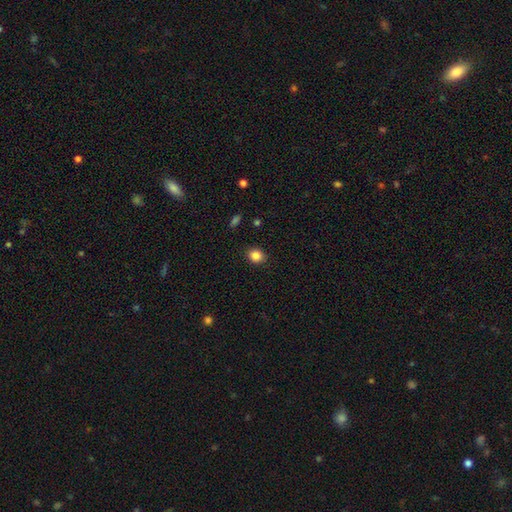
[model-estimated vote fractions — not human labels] Q: Smooth or featured?
A: smooth (84%); runner-up: star or artifact (11%)
Q: How rounded?
A: round (62%); runner-up: in between (37%)
Q: Merging?
A: none (89%); runner-up: minor disturbance (8%)